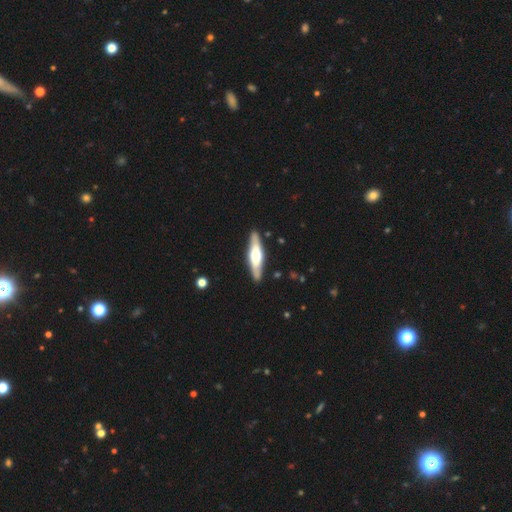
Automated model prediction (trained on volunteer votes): Smooth or featured? Predicted: featured or disk (p=0.59). Edge-on disk? Predicted: yes (p=0.91). Edge-on bulge? Predicted: rounded (p=0.87). Merging? Predicted: none (p=0.89).